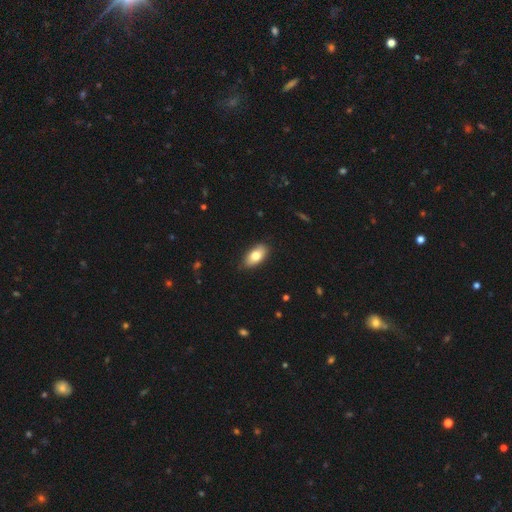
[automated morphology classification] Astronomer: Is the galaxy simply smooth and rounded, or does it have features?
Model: smooth — 78%.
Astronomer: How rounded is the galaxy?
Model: in between — 91%.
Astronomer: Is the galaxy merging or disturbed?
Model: none — 83%.